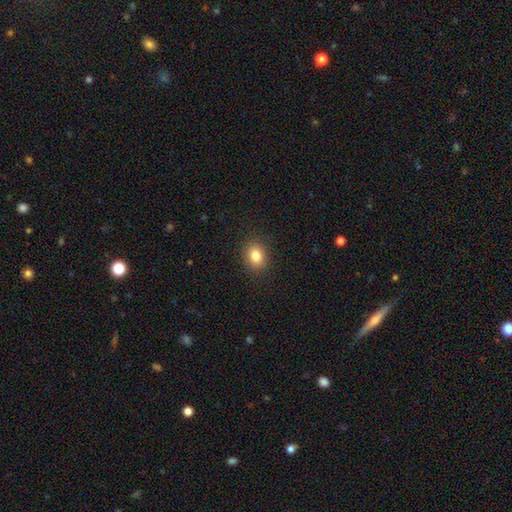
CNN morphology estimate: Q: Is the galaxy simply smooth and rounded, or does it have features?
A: smooth — 83%.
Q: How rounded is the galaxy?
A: round — 56%.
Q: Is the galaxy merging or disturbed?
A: none — 89%.